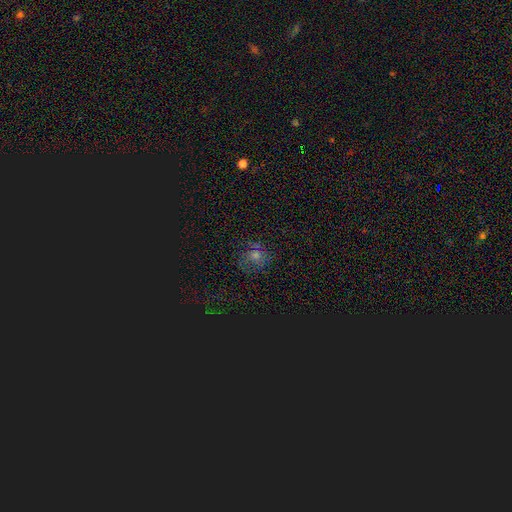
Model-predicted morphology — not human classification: smooth_or_featured: star or artifact (p=0.40) [alt: smooth p=0.35]